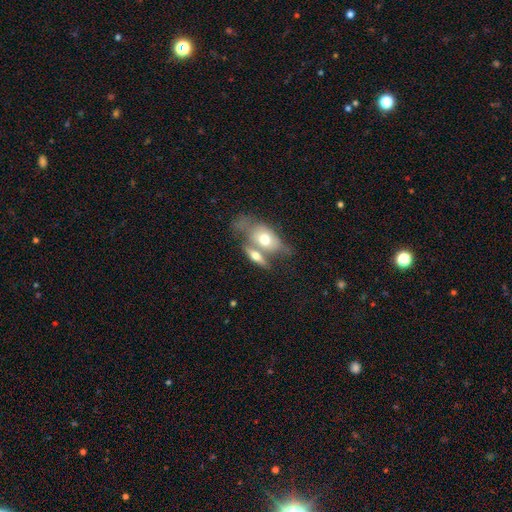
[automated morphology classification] type=smooth (55%); roundness=in between (72%); merging=merger (57%).